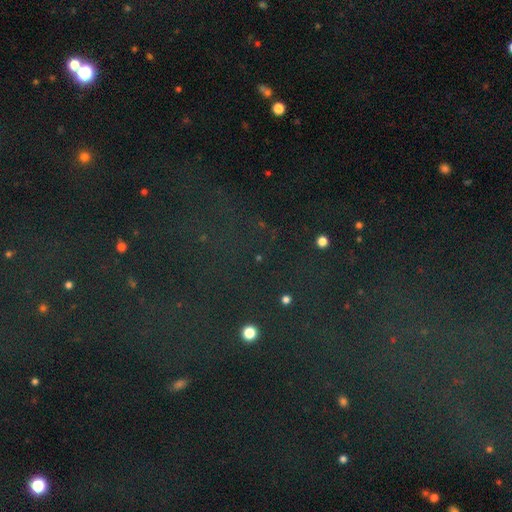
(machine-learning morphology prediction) type=star or artifact (76%).